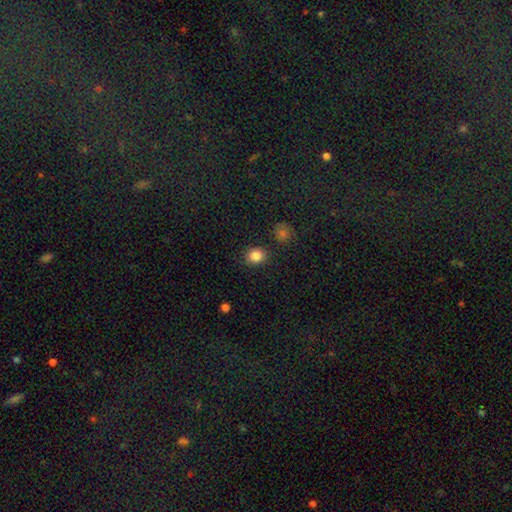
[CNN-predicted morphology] A smooth galaxy with no disk features (85%) that is round (71%). Merging: none (86%).